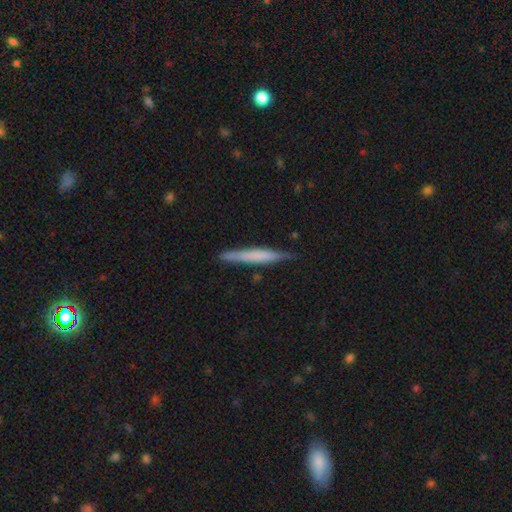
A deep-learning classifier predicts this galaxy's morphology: Smooth or featured? smooth (59%)
How rounded? cigar-shaped (96%)
Merging? none (85%)